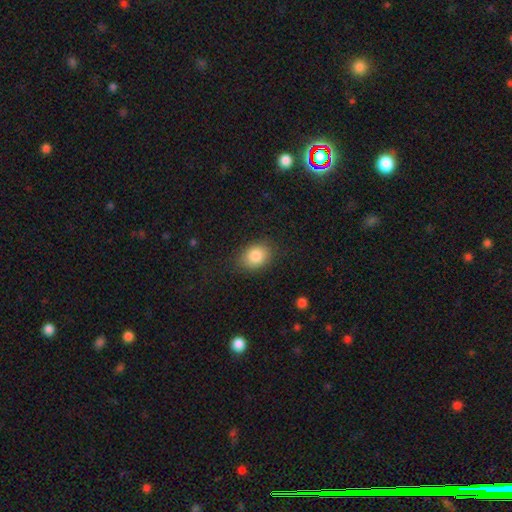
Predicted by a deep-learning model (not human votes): Smooth or featured?
  - smooth: 85% *
  - star or artifact: 8%
  - featured or disk: 7%
How rounded?
  - in between: 65% *
  - round: 34%
  - cigar-shaped: 1%
Merging?
  - none: 83% *
  - minor disturbance: 12%
  - major disturbance: 4%
  - merger: 1%